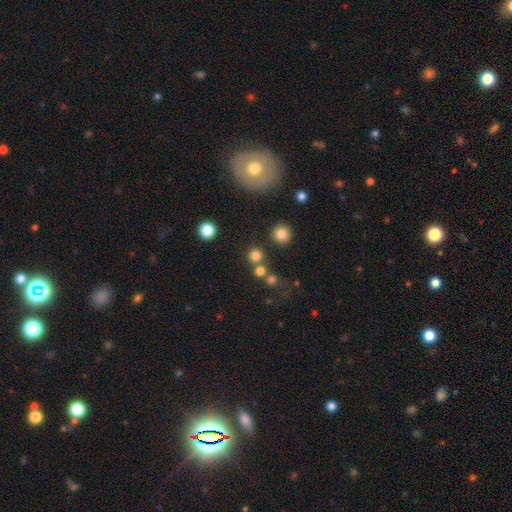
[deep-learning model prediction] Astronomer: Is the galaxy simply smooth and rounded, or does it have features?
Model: smooth — 76%.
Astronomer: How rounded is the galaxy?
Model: round — 92%.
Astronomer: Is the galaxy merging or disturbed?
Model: none — 74%.